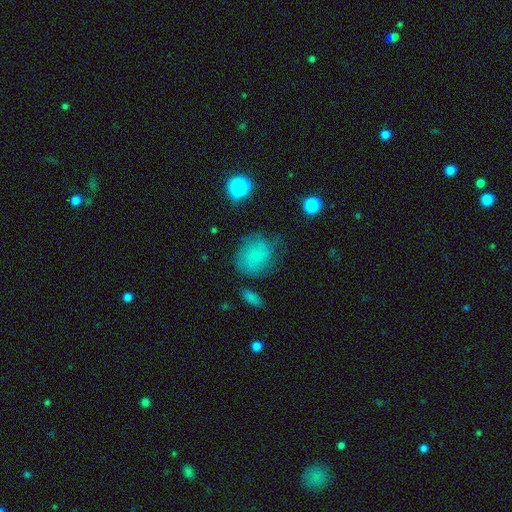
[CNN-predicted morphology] A smooth galaxy with no disk features (64%) that is round (69%). Merging: none (58%).